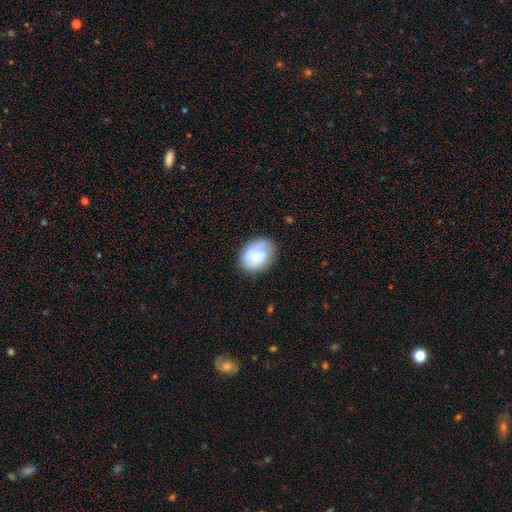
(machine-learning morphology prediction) The model was most divided on "how rounded": in between: 60%, round: 39%, cigar-shaped: 1%. More confident: smooth or featured — smooth (72%); merging — none (65%).